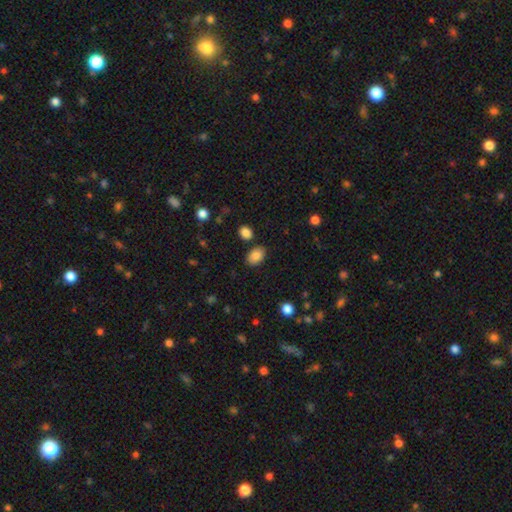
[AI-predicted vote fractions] Morphology: type=smooth (86%); roundness=in between (84%); merging=none (83%).